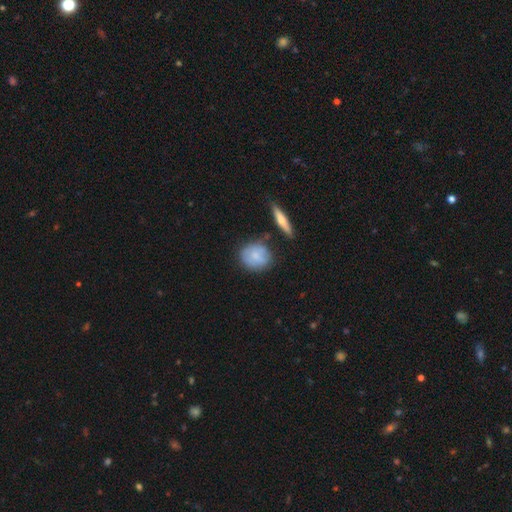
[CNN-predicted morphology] Q: Smooth or featured?
A: smooth (71%); runner-up: featured or disk (22%)
Q: How rounded?
A: round (73%); runner-up: in between (25%)
Q: Merging?
A: none (68%); runner-up: minor disturbance (21%)